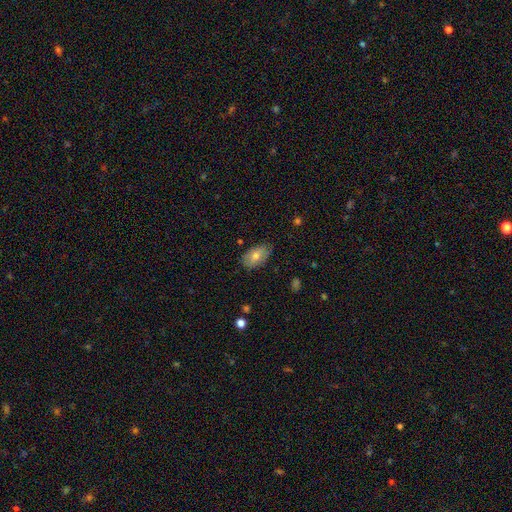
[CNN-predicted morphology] This is likely a smooth galaxy (69%). How rounded: clearly in between (92%). Merging: likely none (76%).